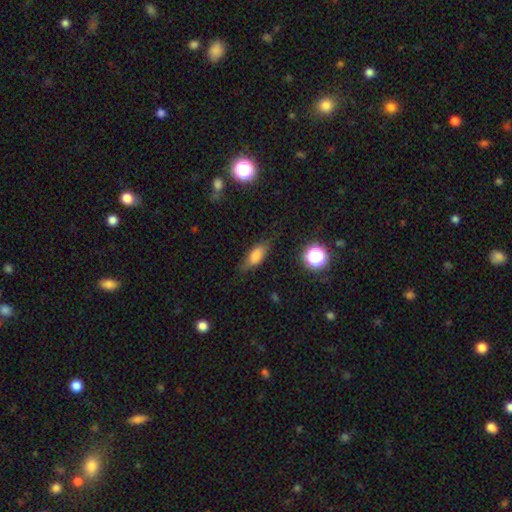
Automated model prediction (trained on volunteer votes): Smooth or featured: smooth — 73% (featured or disk — 17%)
How rounded: in between — 73% (cigar-shaped — 21%)
Merging: none — 73% (minor disturbance — 20%)